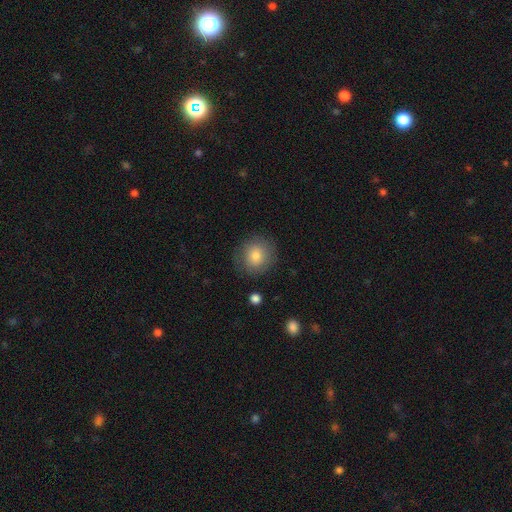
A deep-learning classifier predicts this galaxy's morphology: Smooth or featured? Predicted: smooth (p=0.80). How rounded? Predicted: round (p=0.87). Merging? Predicted: none (p=0.84).